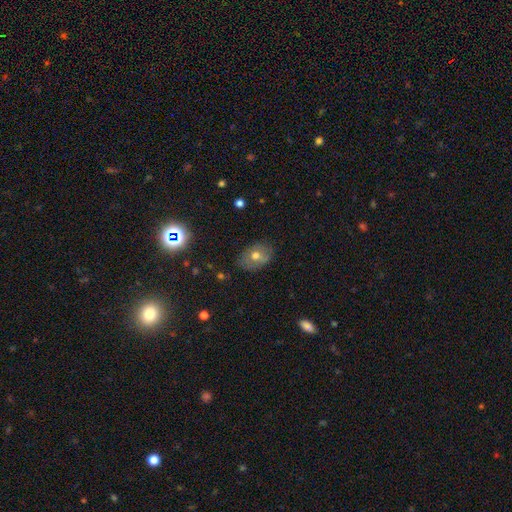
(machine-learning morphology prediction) This is likely a smooth galaxy (62%). How rounded: likely in between (78%). Merging: likely none (77%).